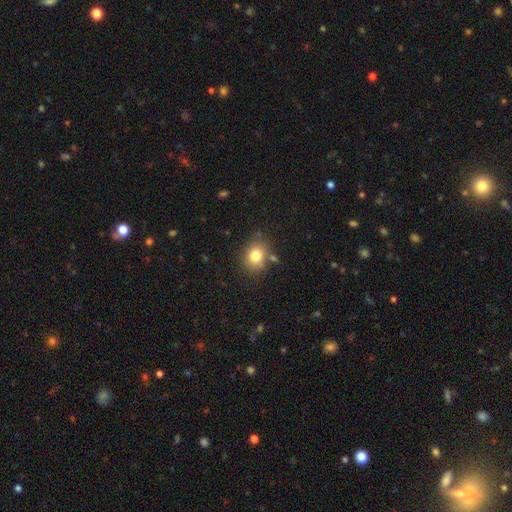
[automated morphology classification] This is clearly a smooth galaxy (80%). How rounded: possibly round (51%). Merging: likely none (77%).